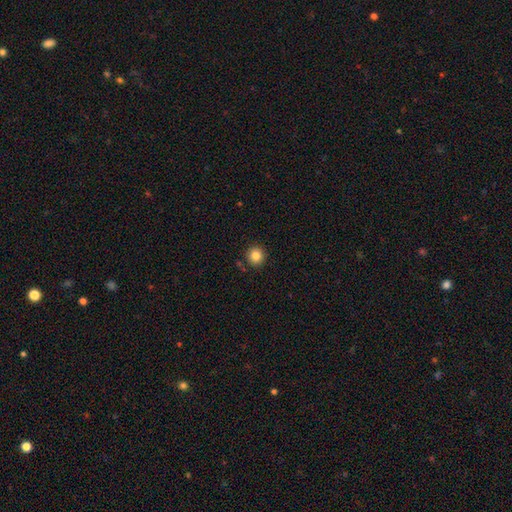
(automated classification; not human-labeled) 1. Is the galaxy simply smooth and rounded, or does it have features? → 85% smooth, 10% star or artifact, 5% featured or disk.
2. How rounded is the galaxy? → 94% round, 5% in between, 1% cigar-shaped.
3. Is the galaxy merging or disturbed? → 89% none, 6% minor disturbance, 3% merger, 2% major disturbance.